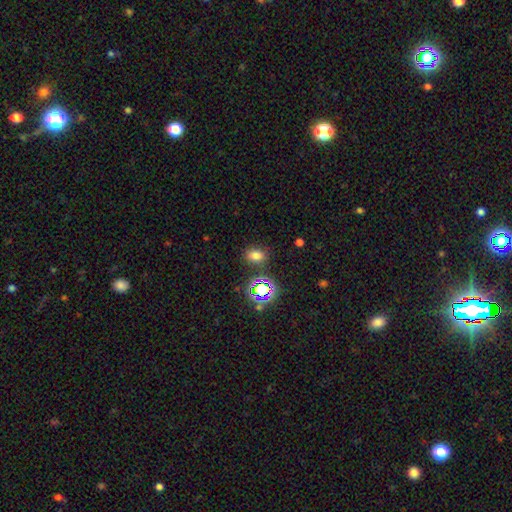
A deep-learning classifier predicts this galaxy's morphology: Smooth or featured: smooth — 69% (star or artifact — 24%)
How rounded: in between — 71% (round — 27%)
Merging: none — 81% (minor disturbance — 11%)